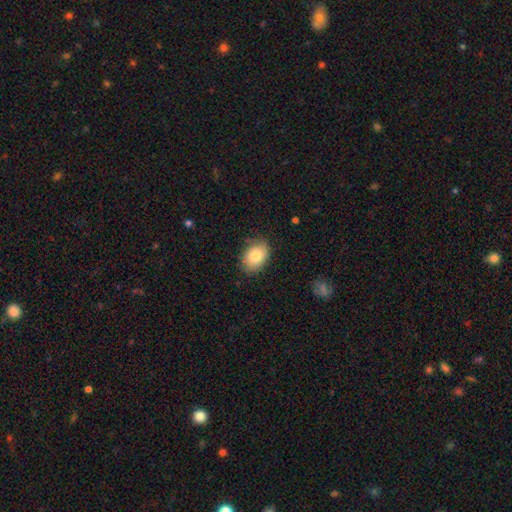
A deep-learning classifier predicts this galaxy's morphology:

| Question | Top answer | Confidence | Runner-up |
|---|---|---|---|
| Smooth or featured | smooth | 82% | featured or disk (11%) |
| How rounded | in between | 80% | round (19%) |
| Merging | none | 81% | minor disturbance (15%) |